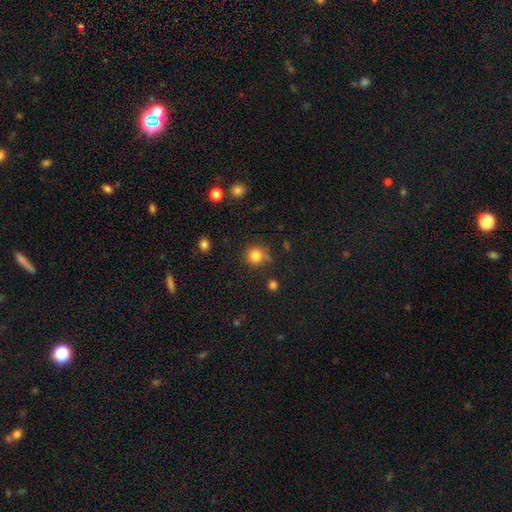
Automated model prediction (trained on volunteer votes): This is clearly a smooth galaxy (82%). How rounded: clearly round (91%). Merging: likely none (75%).